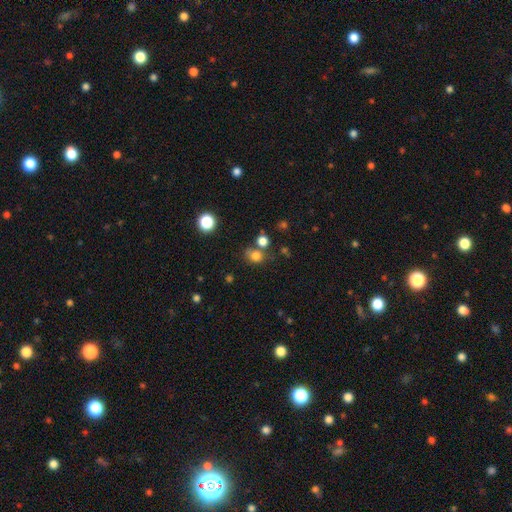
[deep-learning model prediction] smooth 76%, star or artifact 17%, featured or disk 7%. Down the decision tree: how rounded — round (71%); merging — none (60%).